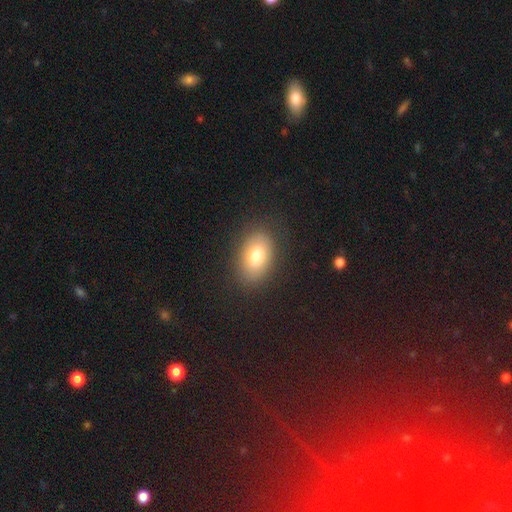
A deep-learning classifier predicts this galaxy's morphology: The model was most divided on "smooth or featured": smooth: 77%, featured or disk: 14%, star or artifact: 9%. More confident: how rounded — in between (86%); merging — none (85%).